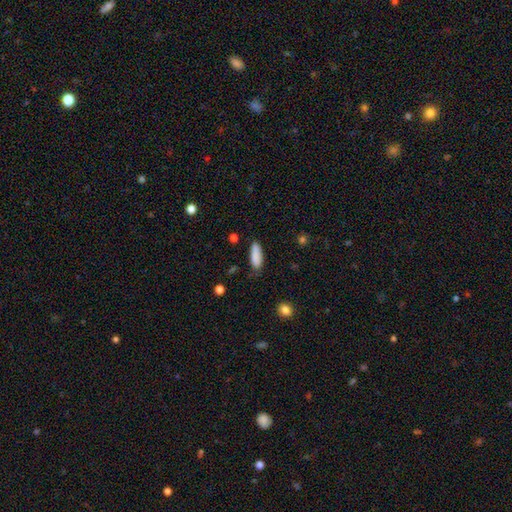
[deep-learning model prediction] This is clearly a smooth galaxy (88%). How rounded: possibly in between (58%). Merging: likely none (79%).